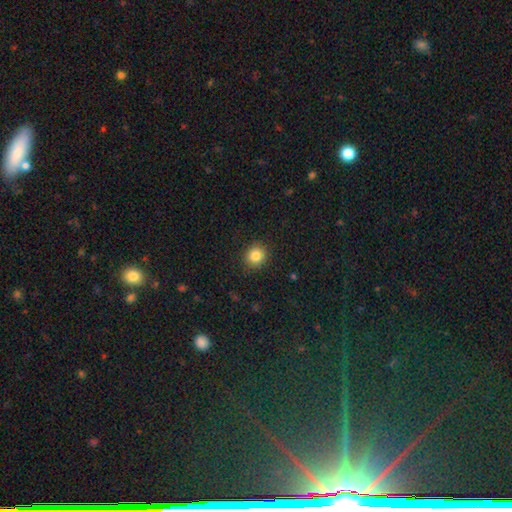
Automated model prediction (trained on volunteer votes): Q: Smooth or featured?
A: smooth (84%); runner-up: star or artifact (11%)
Q: How rounded?
A: round (79%); runner-up: in between (20%)
Q: Merging?
A: none (90%); runner-up: minor disturbance (7%)